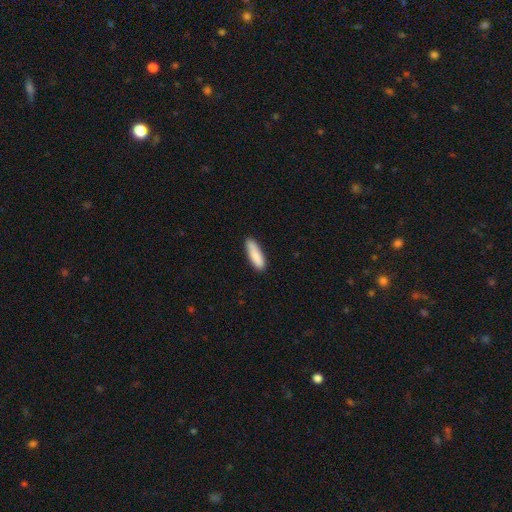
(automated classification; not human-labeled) smooth_or_featured: smooth (p=0.87) [alt: featured or disk p=0.07]
how_rounded: cigar-shaped (p=0.65) [alt: in between p=0.33]
merging: none (p=0.85) [alt: minor disturbance p=0.12]